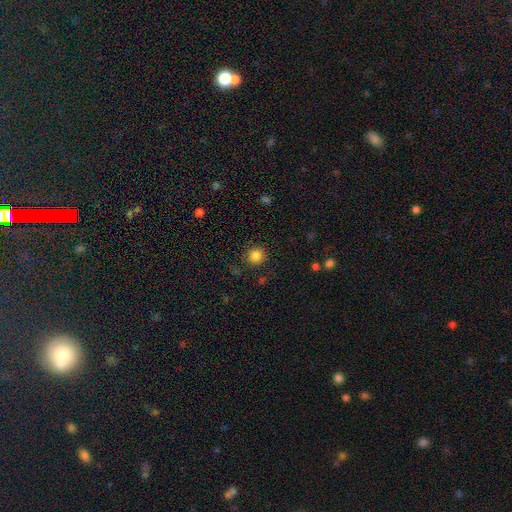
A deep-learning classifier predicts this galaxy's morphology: Smooth or featured?
  - smooth: 84% *
  - star or artifact: 11%
  - featured or disk: 4%
How rounded?
  - round: 92% *
  - in between: 7%
  - cigar-shaped: 1%
Merging?
  - none: 88% *
  - minor disturbance: 8%
  - major disturbance: 3%
  - merger: 1%